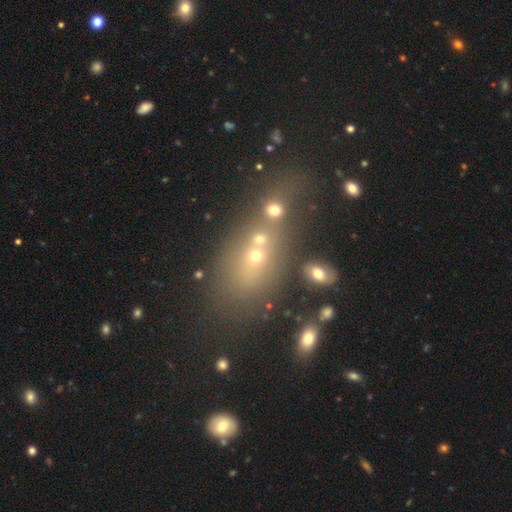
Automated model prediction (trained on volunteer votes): Q: Smooth or featured?
A: smooth (51%); runner-up: star or artifact (27%)
Q: How rounded?
A: in between (60%); runner-up: round (34%)
Q: Merging?
A: merger (50%); runner-up: none (33%)